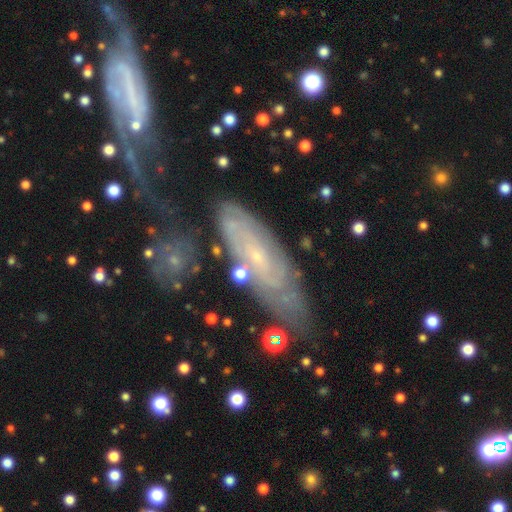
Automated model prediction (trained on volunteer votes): Smooth or featured? featured or disk (76%)
Edge-on disk? no (85%)
Bar? no (60%)
Spiral arms? yes (89%)
Spiral winding? tight (71%)
Spiral arm count? can't tell (56%)
Bulge size? small (80%)
Merging? none (66%)